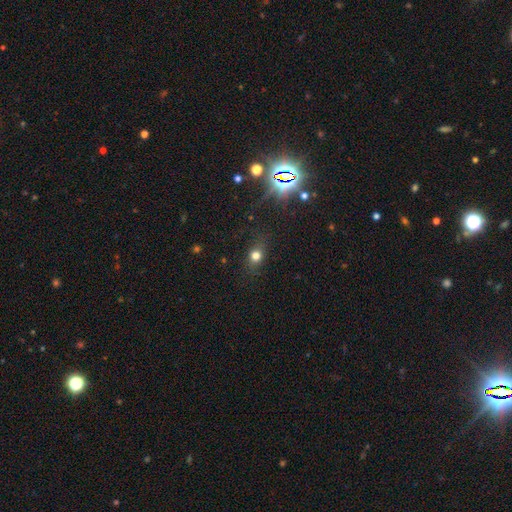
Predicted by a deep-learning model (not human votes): Smooth or featured? Predicted: smooth (p=0.70). How rounded? Predicted: round (p=0.62). Merging? Predicted: none (p=0.81).